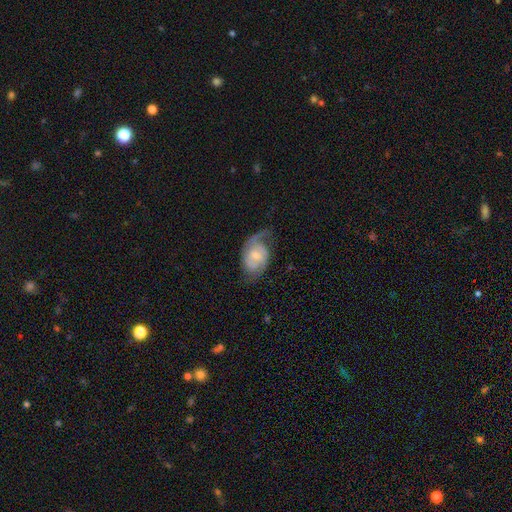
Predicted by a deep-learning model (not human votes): This is likely a featured or disk galaxy (77%). It is clearly not viewed edge-on (97%). Bar: likely no (60%). Spiral arm pattern: clearly yes (93%). Spiral arm count: likely 2 (73%). Spiral winding: marginally medium (42%). Central bulge: possibly small (49%). Merging: possibly none (57%).